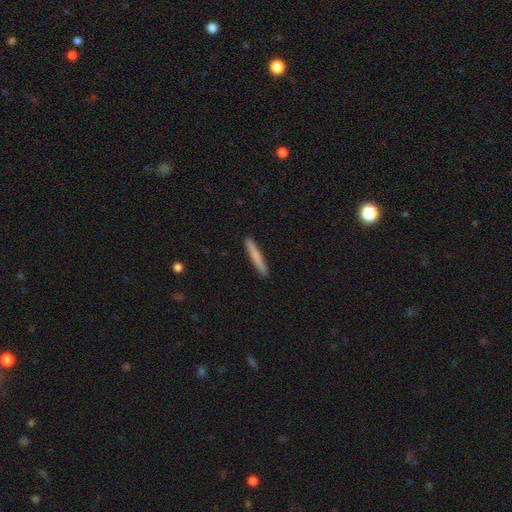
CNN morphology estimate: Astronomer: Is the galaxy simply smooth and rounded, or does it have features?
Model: smooth — 77%.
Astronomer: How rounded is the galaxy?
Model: cigar-shaped — 96%.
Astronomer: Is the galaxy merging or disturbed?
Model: none — 92%.